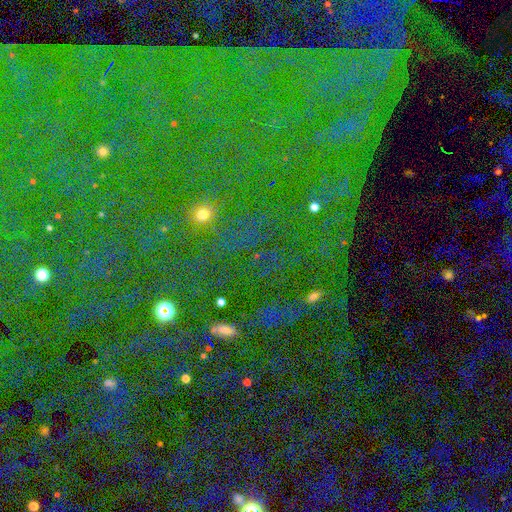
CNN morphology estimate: Smooth or featured?
  - star or artifact: 83% *
  - smooth: 9%
  - featured or disk: 8%